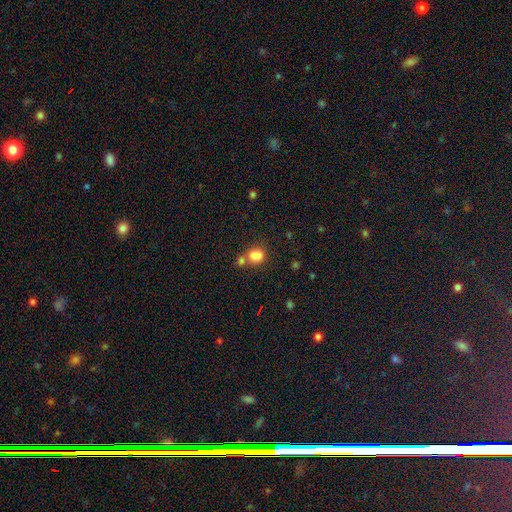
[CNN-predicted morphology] smooth-or-featured: smooth: 81% | star or artifact: 11% | featured or disk: 8%
  how-rounded: in between: 51% | round: 48% | cigar-shaped: 1%
  merging: none: 45% | merger: 37% | minor disturbance: 13% | major disturbance: 5%